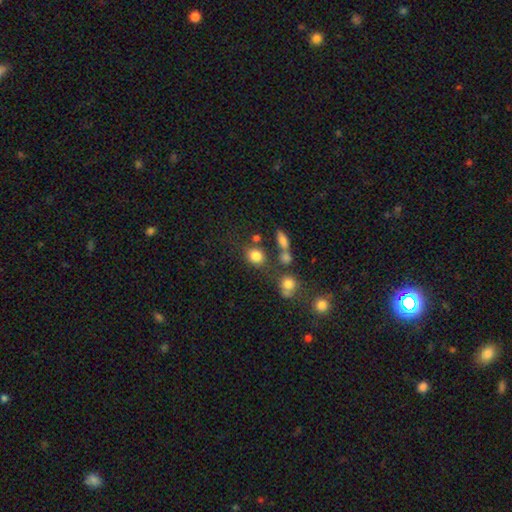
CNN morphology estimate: A smooth galaxy with no disk features (80%) that is round (68%).

Vote fractions:
- Smooth or featured? smooth: 80% / star or artifact: 12% / featured or disk: 8%
- How rounded? round: 68% / in between: 31% / cigar-shaped: 2%
- Merging? none: 64% / merger: 16% / minor disturbance: 13% / major disturbance: 6%